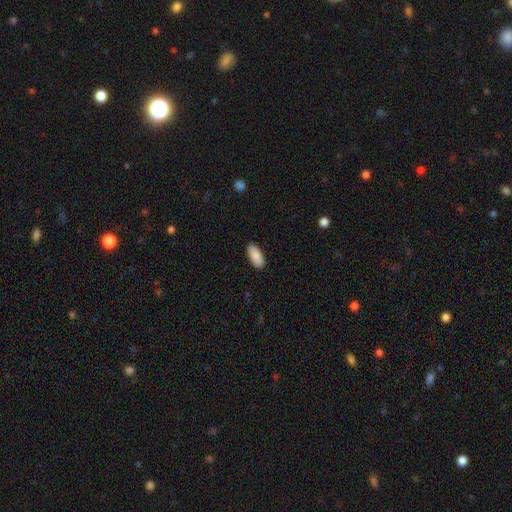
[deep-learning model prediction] Overall: smooth (90%). How rounded: in between (87%). Merging: none (90%).